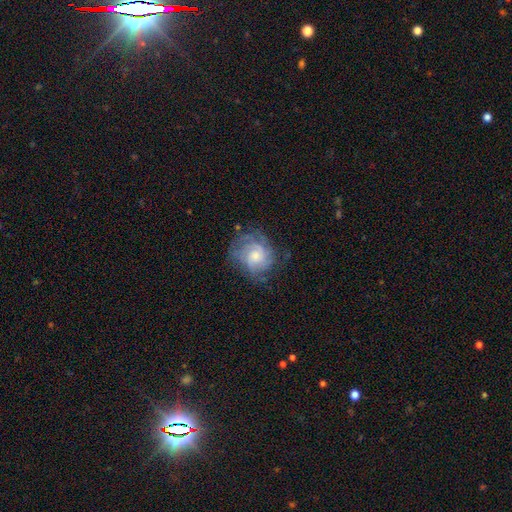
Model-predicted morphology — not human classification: This is likely a featured or disk galaxy (69%). It is clearly not viewed edge-on (98%). Bar: likely no (74%). Spiral arm pattern: clearly yes (88%). Spiral arm count: marginally can't tell (43%). Spiral winding: possibly tight (54%). Central bulge: possibly moderate (47%). Merging: likely none (62%).